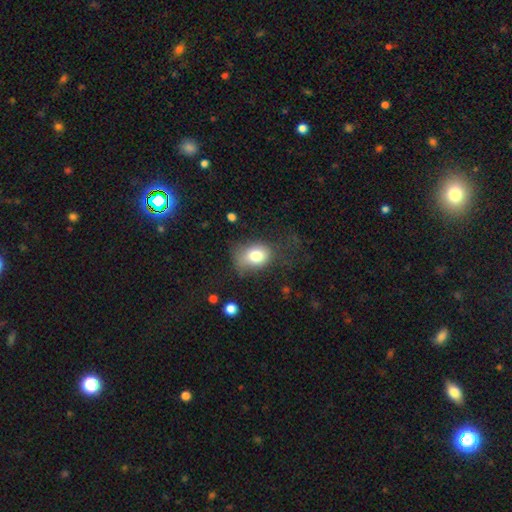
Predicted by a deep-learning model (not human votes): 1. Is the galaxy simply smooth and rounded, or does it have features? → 77% smooth, 13% featured or disk, 10% star or artifact.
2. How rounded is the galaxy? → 63% in between, 36% round, 1% cigar-shaped.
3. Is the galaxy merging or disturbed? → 49% none, 29% minor disturbance, 19% major disturbance, 2% merger.